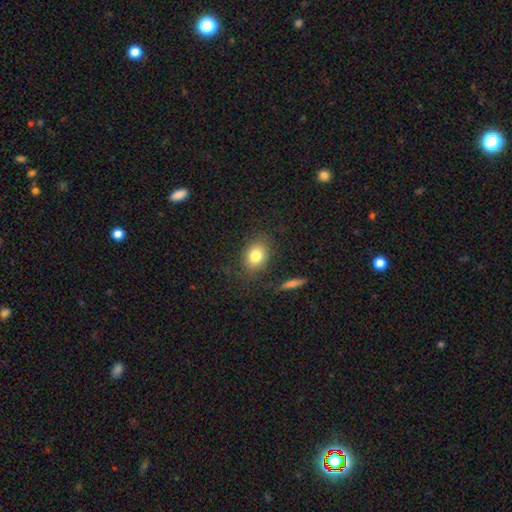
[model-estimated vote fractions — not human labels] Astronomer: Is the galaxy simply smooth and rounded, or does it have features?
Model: smooth — 80%.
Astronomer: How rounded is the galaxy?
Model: in between — 56% (runner-up: round, 42%).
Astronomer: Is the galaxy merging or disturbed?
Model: none — 81%.